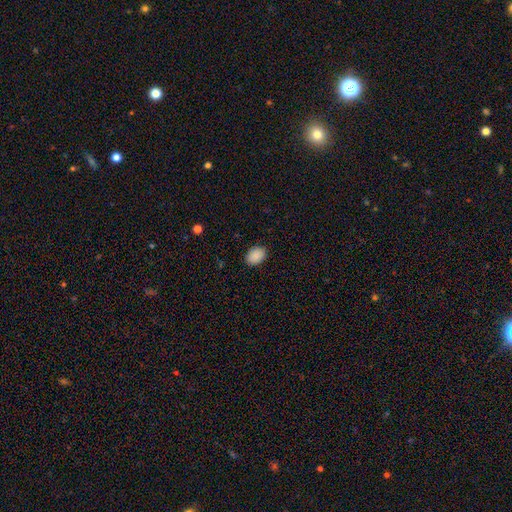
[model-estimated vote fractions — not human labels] The model was most divided on "how rounded": in between: 76%, round: 23%, cigar-shaped: 1%. More confident: smooth or featured — smooth (90%); merging — none (89%).